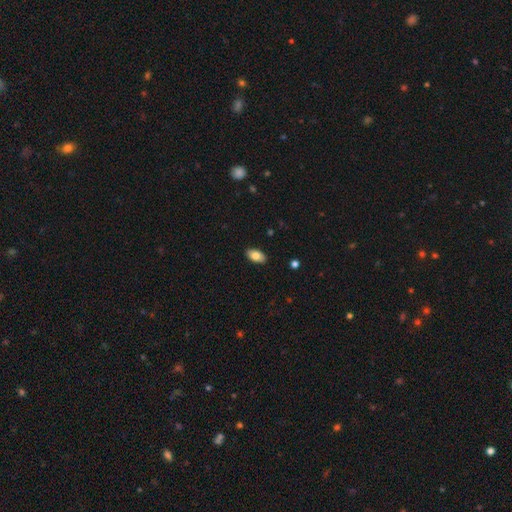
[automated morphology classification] A smooth galaxy with no disk features (81%) that is in between round and cigar-shaped (94%). Merging: none (89%).